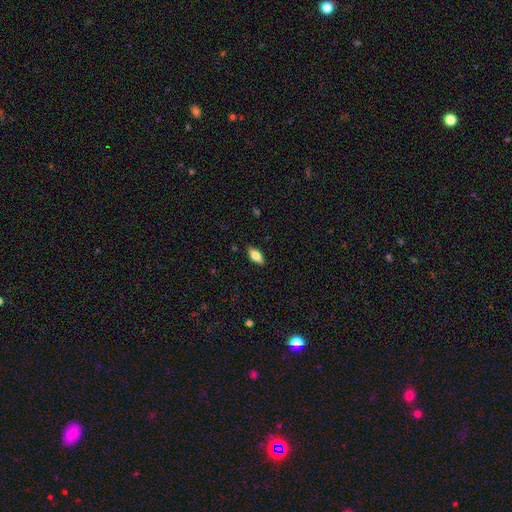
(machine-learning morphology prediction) A smooth galaxy with no disk features (69%) that is in between round and cigar-shaped (80%). Merging: none (88%).